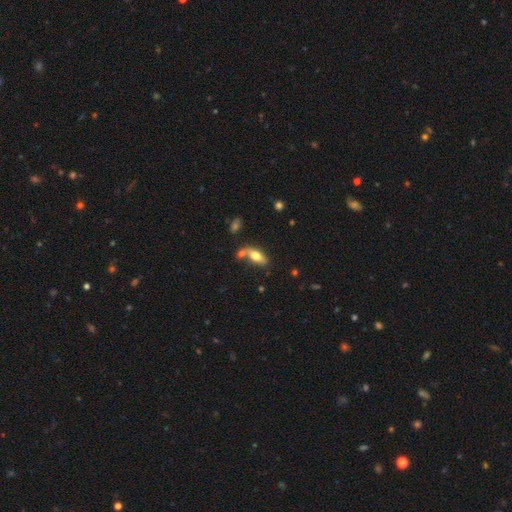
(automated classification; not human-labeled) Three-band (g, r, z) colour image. It shows a smooth galaxy with no disk features (69%) that is in between round and cigar-shaped (79%). Merging: none (53%).